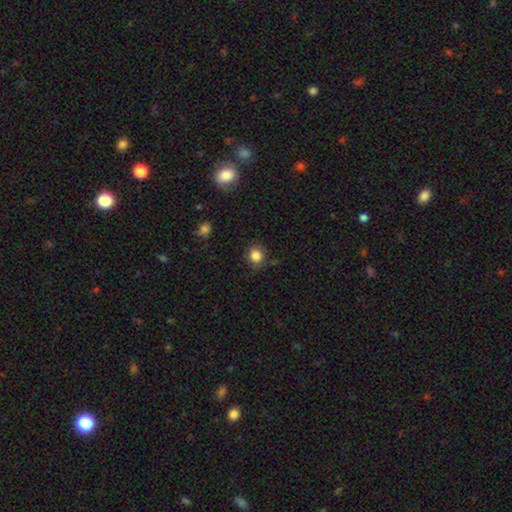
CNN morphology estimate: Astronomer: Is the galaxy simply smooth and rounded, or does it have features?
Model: smooth — 84%.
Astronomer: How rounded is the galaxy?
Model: round — 80%.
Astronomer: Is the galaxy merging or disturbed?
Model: none — 82%.